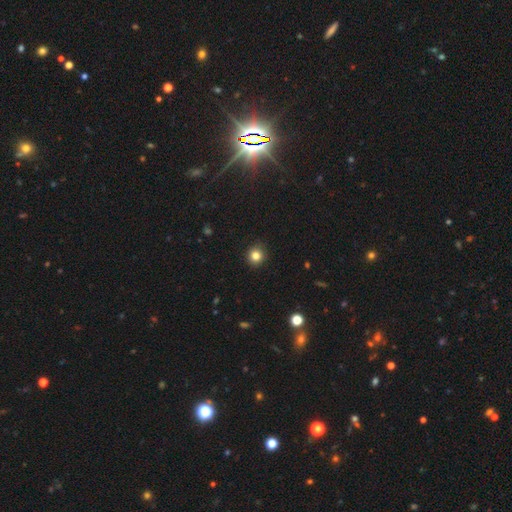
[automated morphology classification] Smooth or featured?
  - smooth: 82% *
  - star or artifact: 12%
  - featured or disk: 6%
How rounded?
  - round: 90% *
  - in between: 9%
  - cigar-shaped: 1%
Merging?
  - none: 91% *
  - minor disturbance: 6%
  - major disturbance: 2%
  - merger: 1%